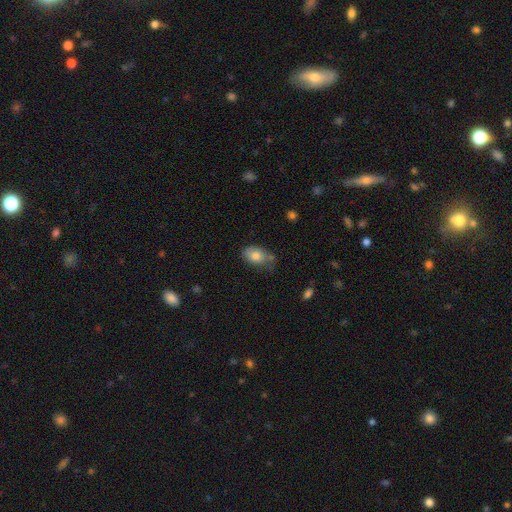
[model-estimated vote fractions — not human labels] smooth_or_featured: smooth (p=0.80) [alt: featured or disk p=0.12]
how_rounded: in between (p=0.86) [alt: round p=0.13]
merging: none (p=0.53) [alt: minor disturbance p=0.32]